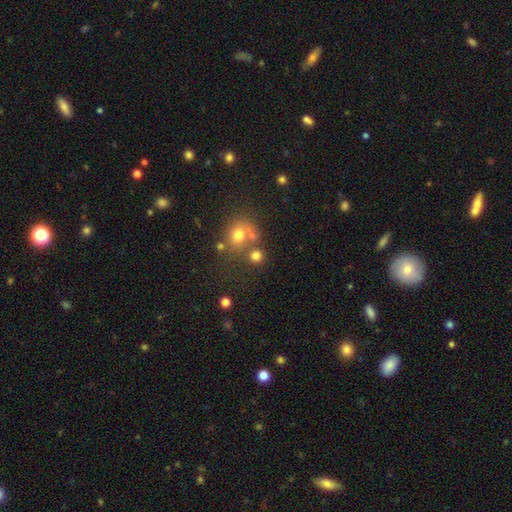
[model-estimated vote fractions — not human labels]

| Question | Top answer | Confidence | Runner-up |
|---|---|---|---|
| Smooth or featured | smooth | 75% | star or artifact (16%) |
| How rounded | round | 85% | in between (14%) |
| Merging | none | 63% | merger (22%) |